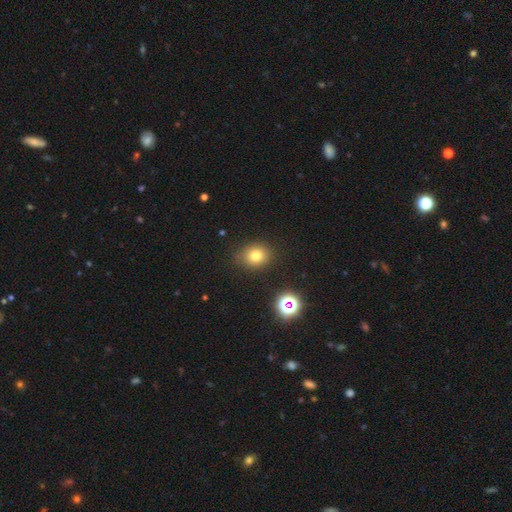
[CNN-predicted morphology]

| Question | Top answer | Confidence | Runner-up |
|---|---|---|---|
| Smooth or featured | smooth | 77% | star or artifact (15%) |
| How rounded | round | 62% | in between (37%) |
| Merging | none | 82% | minor disturbance (12%) |